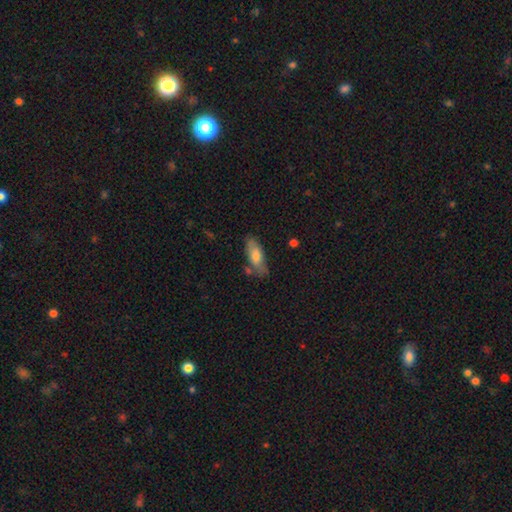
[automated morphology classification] A smooth galaxy with no disk features (68%) that is in between round and cigar-shaped (73%). Merging: none (68%).